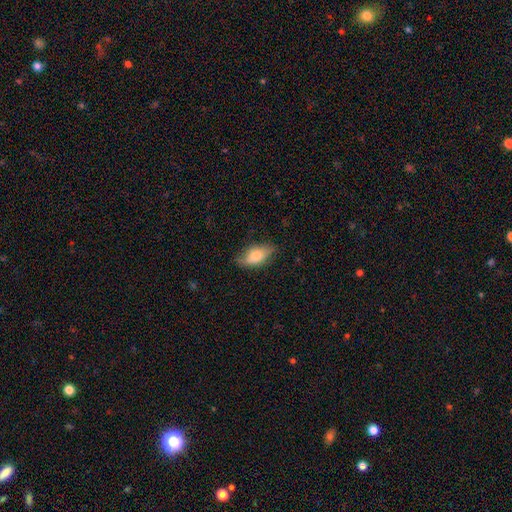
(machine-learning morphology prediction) smooth_or_featured: smooth (p=0.69) [alt: featured or disk p=0.24]
how_rounded: in between (p=0.86) [alt: cigar-shaped p=0.10]
merging: none (p=0.73) [alt: minor disturbance p=0.21]